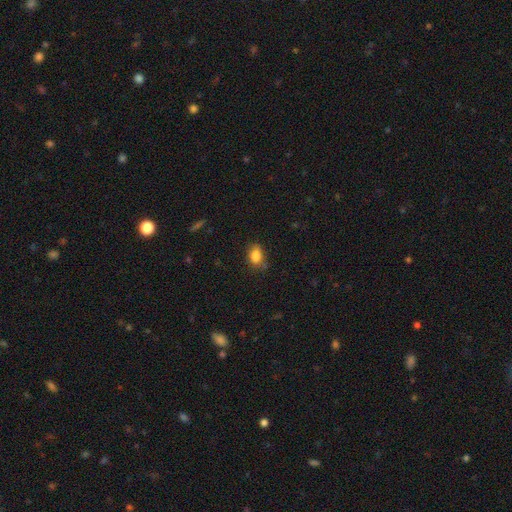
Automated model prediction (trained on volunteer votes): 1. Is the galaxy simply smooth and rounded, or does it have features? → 85% smooth, 9% star or artifact, 6% featured or disk.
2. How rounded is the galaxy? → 78% in between, 20% round, 2% cigar-shaped.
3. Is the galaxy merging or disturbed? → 72% none, 20% minor disturbance, 5% major disturbance, 3% merger.